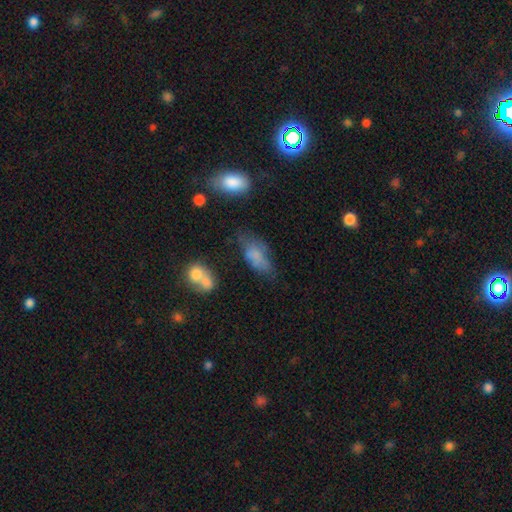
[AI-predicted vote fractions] Smooth or featured? smooth (67%)
How rounded? in between (82%)
Merging? none (39%)